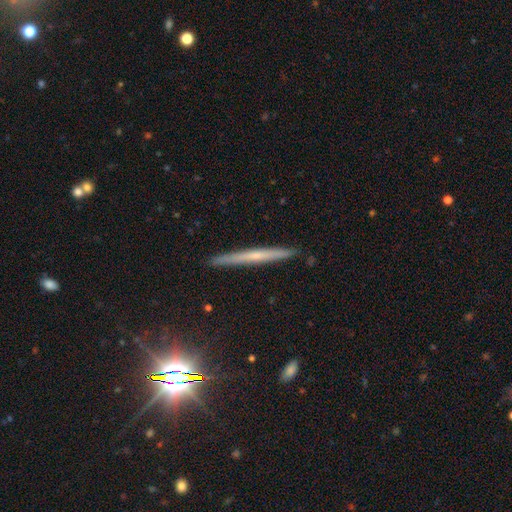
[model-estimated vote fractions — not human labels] A featured or disk galaxy (51%) viewed edge-on (97%).

Vote fractions:
- Smooth or featured? featured or disk: 51% / smooth: 41% / star or artifact: 8%
- Edge-on disk? yes: 97% / no: 3%
- Merging? none: 91% / minor disturbance: 7% / major disturbance: 1% / merger: 1%